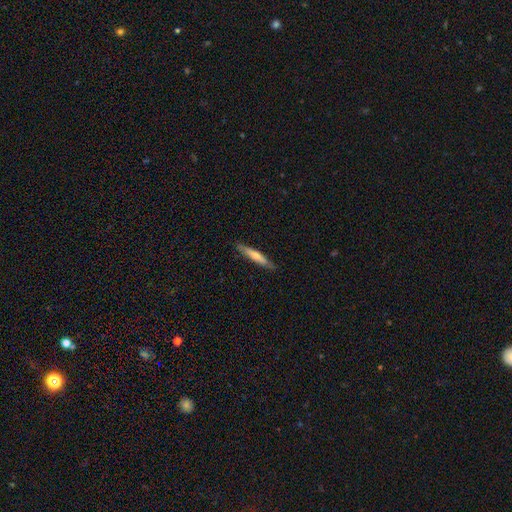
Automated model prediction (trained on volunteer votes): This appears to be a smooth galaxy with no disk features (59%) that is cigar-shaped (92%). Merging: none (85%).